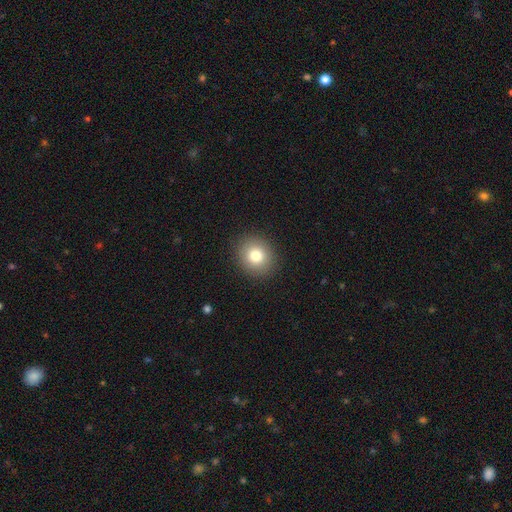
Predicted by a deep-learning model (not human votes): This is likely a smooth galaxy (80%). How rounded: likely round (77%). Merging: clearly none (90%).